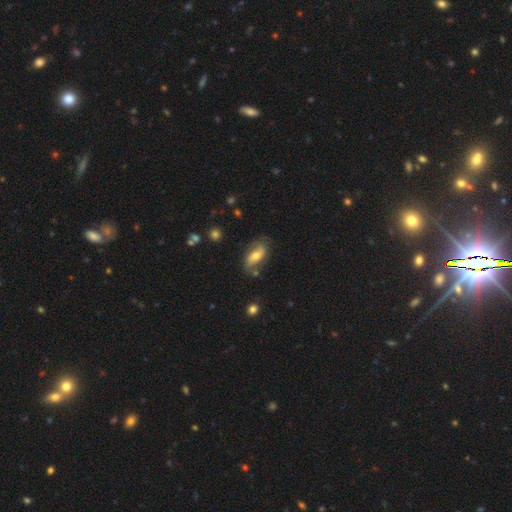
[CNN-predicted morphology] smooth-or-featured: featured or disk: 55% | smooth: 37% | star or artifact: 7%
  disk-edge-on: no: 88% | yes: 12%
  merging: none: 66% | minor disturbance: 22% | major disturbance: 8% | merger: 5%